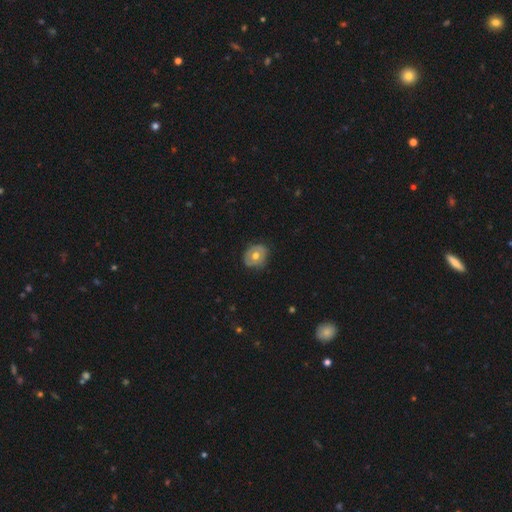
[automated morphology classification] Smooth or featured?
  - smooth: 52% *
  - featured or disk: 40%
  - star or artifact: 8%
How rounded?
  - round: 74% *
  - in between: 25%
  - cigar-shaped: 1%
Merging?
  - none: 74% *
  - minor disturbance: 20%
  - major disturbance: 4%
  - merger: 1%